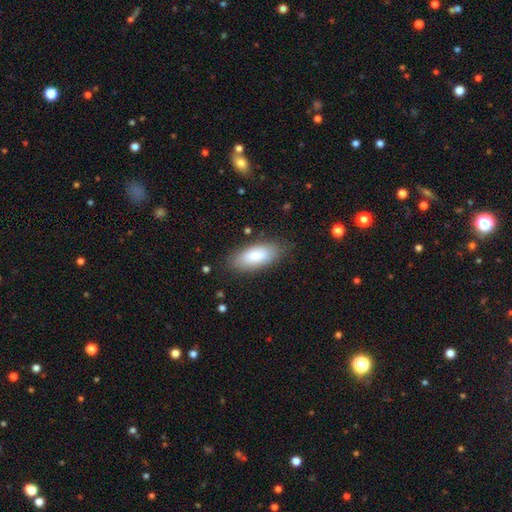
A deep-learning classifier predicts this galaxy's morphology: This is clearly a smooth galaxy (85%). How rounded: clearly in between (86%). Merging: likely none (80%).